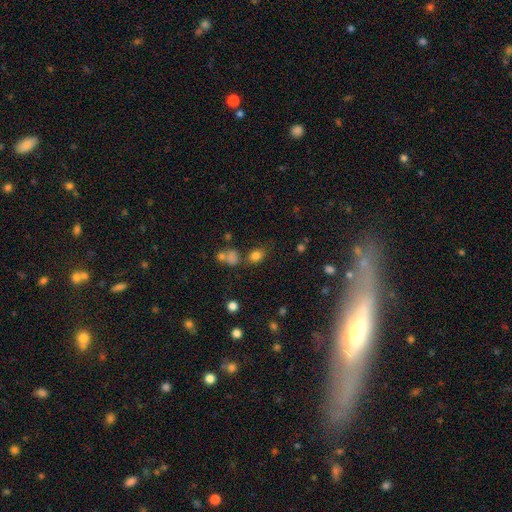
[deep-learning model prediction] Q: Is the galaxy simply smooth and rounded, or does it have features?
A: smooth — 78%.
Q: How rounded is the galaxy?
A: in between — 62%.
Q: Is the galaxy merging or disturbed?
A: none — 66%.